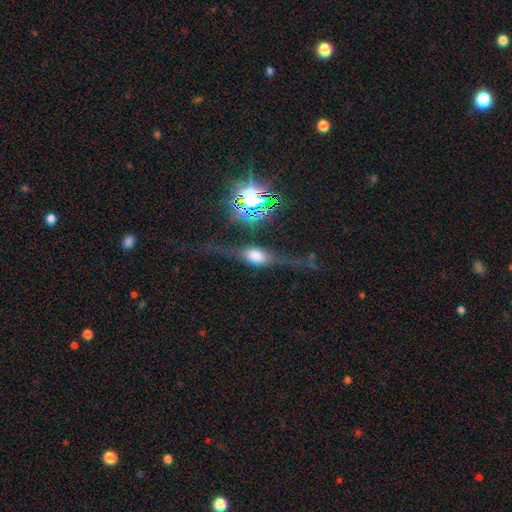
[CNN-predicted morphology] Overall: featured or disk (57%; smooth 30%). Edge-on disk: yes (81%). Merging: none (58%; minor disturbance 20%).